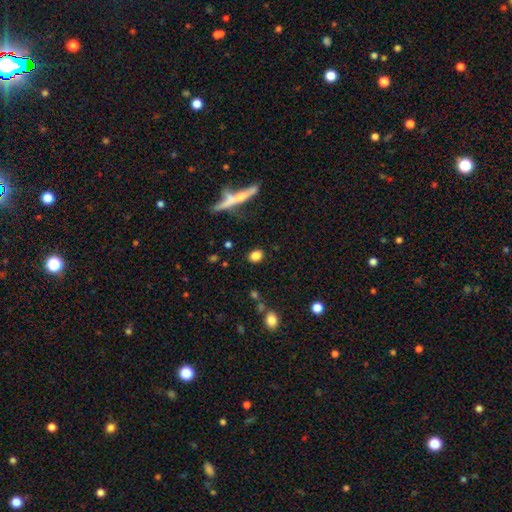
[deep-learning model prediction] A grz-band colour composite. It shows a smooth galaxy with no disk features (83%) that is in between round and cigar-shaped (48%). Merging: none (85%).